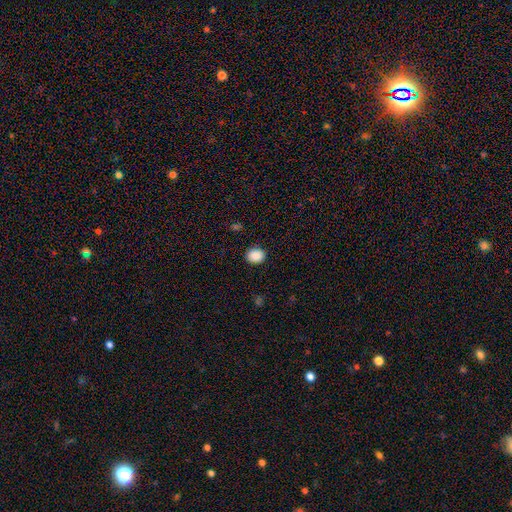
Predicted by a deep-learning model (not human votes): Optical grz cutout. It shows a smooth galaxy with no disk features (88%) that is round (66%). Merging: none (90%).